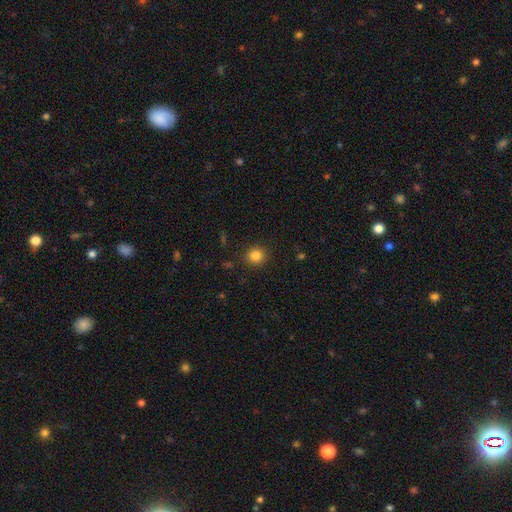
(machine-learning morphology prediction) A smooth galaxy with no disk features (83%) that is round (90%). Merging: none (89%).